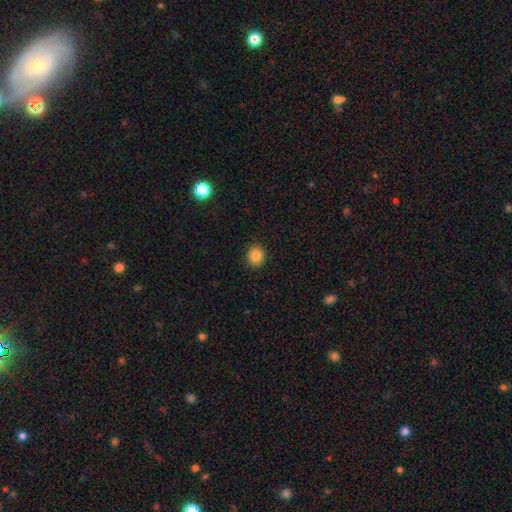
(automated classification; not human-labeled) Morphology: type=smooth (86%); roundness=round (77%); merging=none (91%).